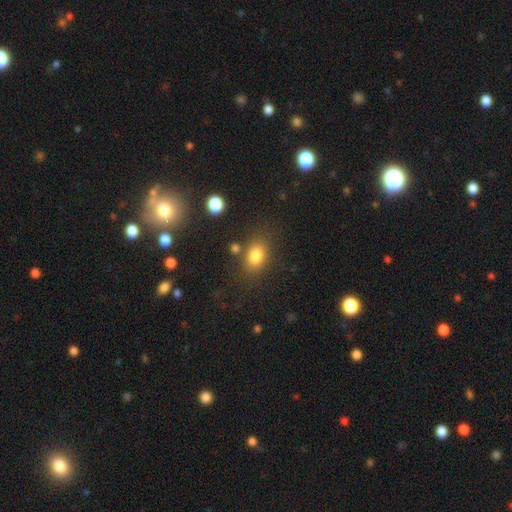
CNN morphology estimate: Smooth or featured? Predicted: smooth (p=0.81). How rounded? Predicted: in between (p=0.71). Merging? Predicted: none (p=0.75).